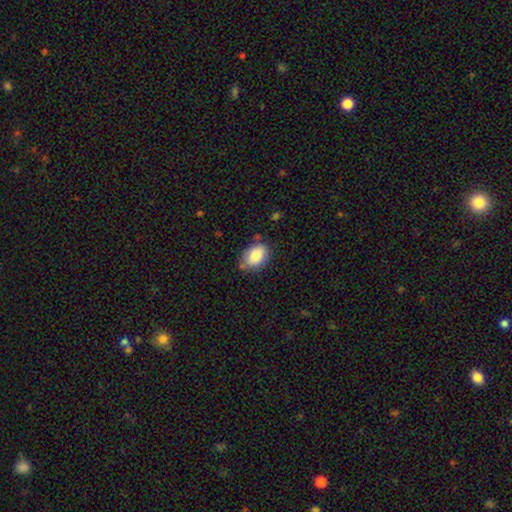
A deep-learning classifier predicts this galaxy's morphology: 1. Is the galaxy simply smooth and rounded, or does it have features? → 86% smooth, 7% star or artifact, 7% featured or disk.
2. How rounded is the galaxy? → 81% in between, 18% round, 1% cigar-shaped.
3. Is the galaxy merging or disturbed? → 76% none, 17% minor disturbance, 4% major disturbance, 3% merger.